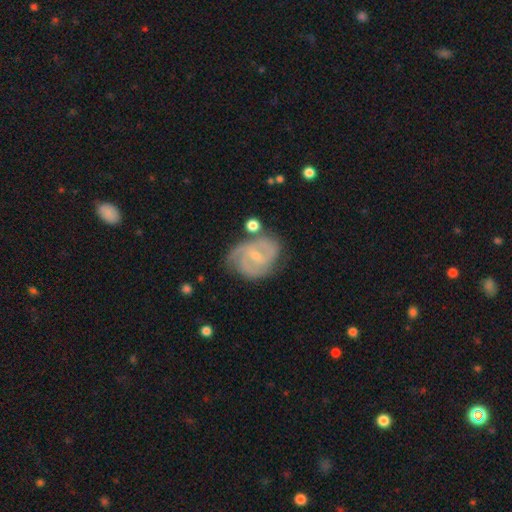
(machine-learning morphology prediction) The model was most divided on "spiral winding": tight: 45%, medium: 43%, loose: 12%. Remaining: edge-on disk — no (97%); spiral arms — yes (94%); smooth or featured — featured or disk (82%); bulge size — small (67%); merging — none (61%); bar — weak (49%); spiral arm count — 2 (40%).